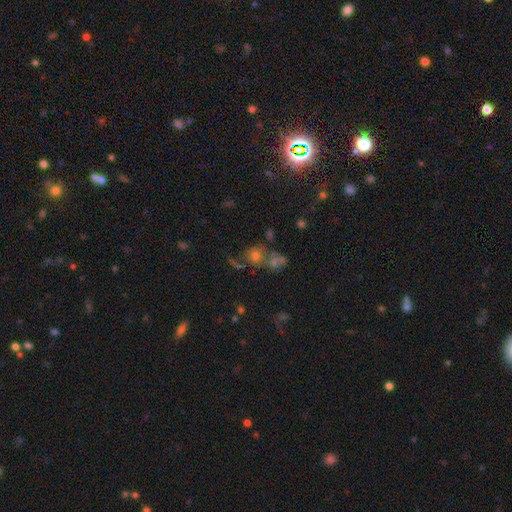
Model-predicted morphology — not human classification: A smooth galaxy with no disk features (58%) that is round (79%). Merging: none (46%).